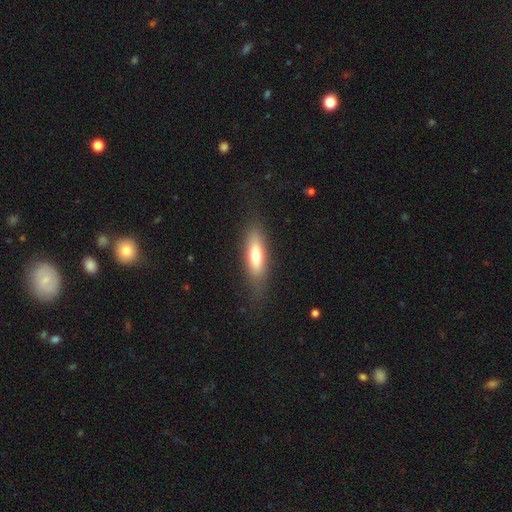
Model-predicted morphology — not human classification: This appears to be a smooth galaxy with no disk features (68%) that is in between round and cigar-shaped (52%). Merging: none (79%).